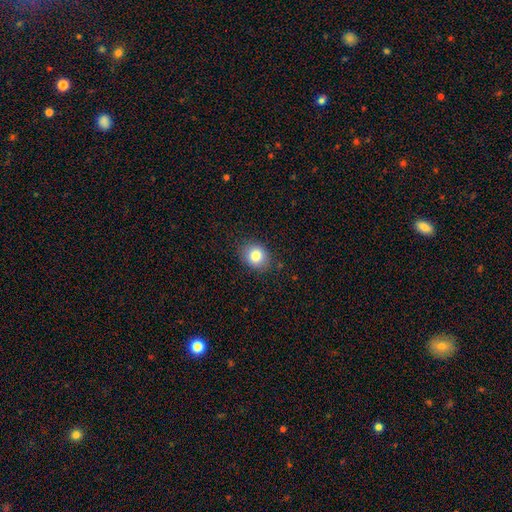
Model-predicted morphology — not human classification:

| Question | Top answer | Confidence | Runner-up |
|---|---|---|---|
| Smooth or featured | smooth | 83% | star or artifact (9%) |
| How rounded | round | 60% | in between (39%) |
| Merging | none | 85% | minor disturbance (11%) |